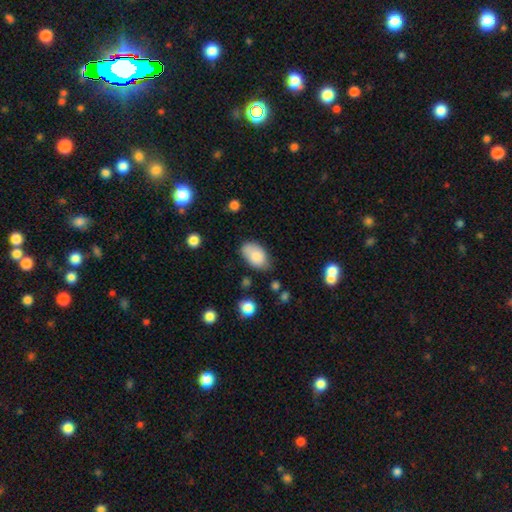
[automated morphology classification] Overall: smooth (83%). How rounded: in between (92%). Merging: none (65%).